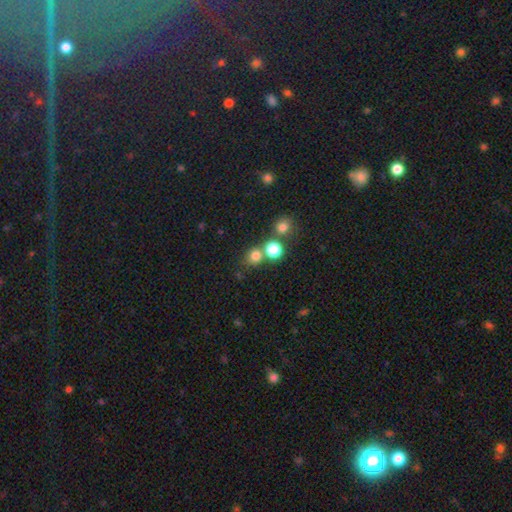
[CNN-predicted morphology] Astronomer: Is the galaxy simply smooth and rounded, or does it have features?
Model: smooth — 75%.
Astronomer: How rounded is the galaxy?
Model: round — 84%.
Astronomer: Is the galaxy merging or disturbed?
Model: none — 63%.